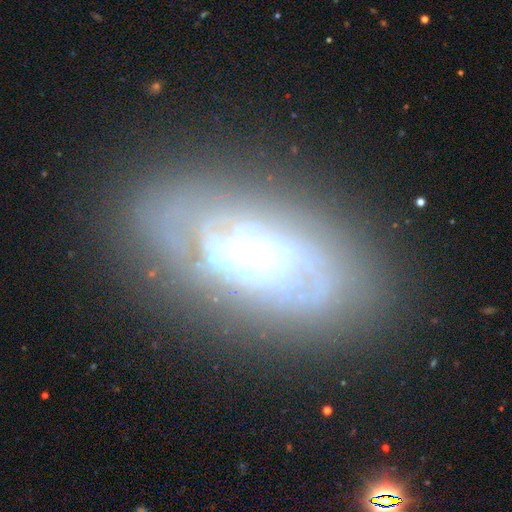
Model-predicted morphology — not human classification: A featured or disk galaxy (71%) with no bar (70%), spiral arms (65%) and a small central bulge (39%). Merging: none (71%).